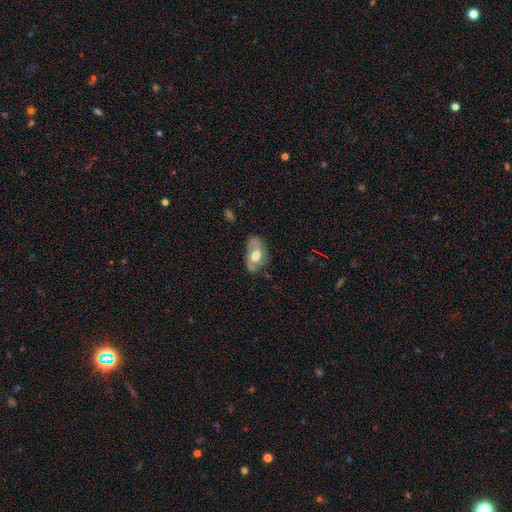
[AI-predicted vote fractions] smooth_or_featured: smooth (p=0.49) [alt: featured or disk p=0.44]
merging: none (p=0.63) [alt: minor disturbance p=0.27]